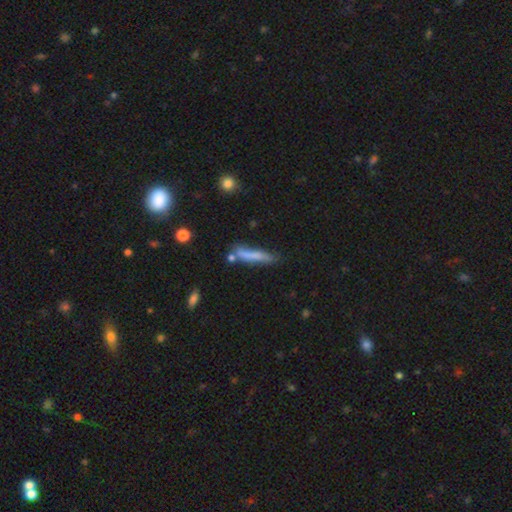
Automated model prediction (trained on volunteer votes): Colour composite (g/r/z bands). It shows a smooth galaxy with no disk features (62%) that is cigar-shaped (88%). Merging: none (61%).